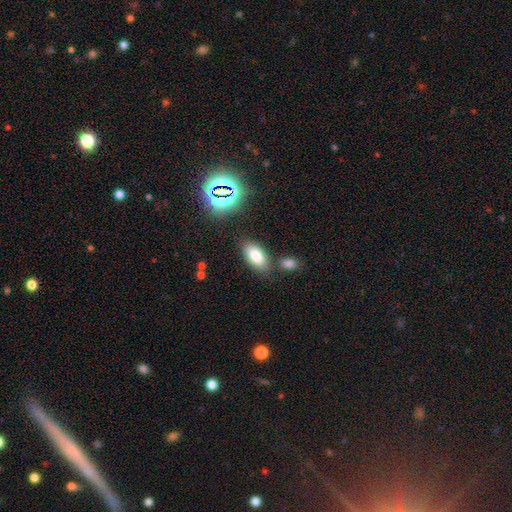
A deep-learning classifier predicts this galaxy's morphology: smooth-or-featured: smooth: 80% | star or artifact: 11% | featured or disk: 9%
  how-rounded: in between: 91% | cigar-shaped: 4% | round: 4%
  merging: none: 76% | minor disturbance: 12% | merger: 8% | major disturbance: 3%